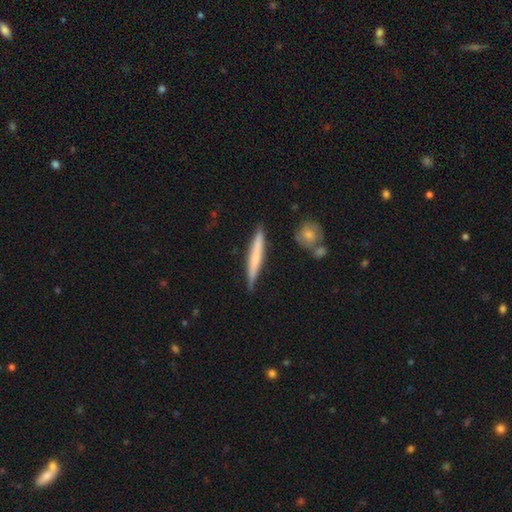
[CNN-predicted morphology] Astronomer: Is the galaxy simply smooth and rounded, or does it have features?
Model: smooth — 55% (runner-up: featured or disk, 39%).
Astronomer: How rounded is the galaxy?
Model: cigar-shaped — 95%.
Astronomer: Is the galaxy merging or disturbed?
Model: none — 83%.